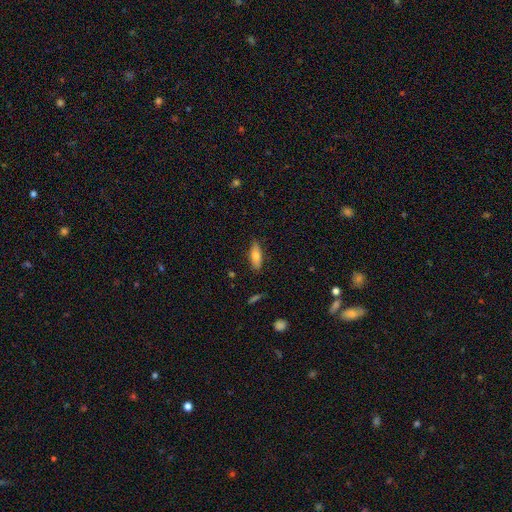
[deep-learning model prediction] Morphology: type=smooth (71%); roundness=in between (62%); merging=none (85%).